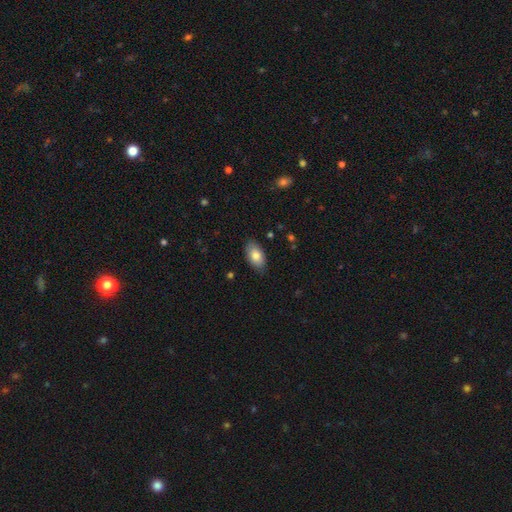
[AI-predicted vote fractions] Overall: smooth (81%). How rounded: in between (93%). Merging: none (85%).